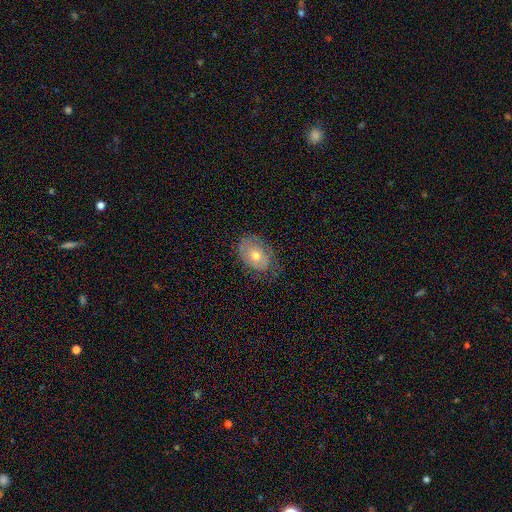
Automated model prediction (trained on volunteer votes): Smooth or featured: smooth — 53% (featured or disk — 39%)
How rounded: in between — 78% (round — 21%)
Merging: none — 68% (minor disturbance — 23%)